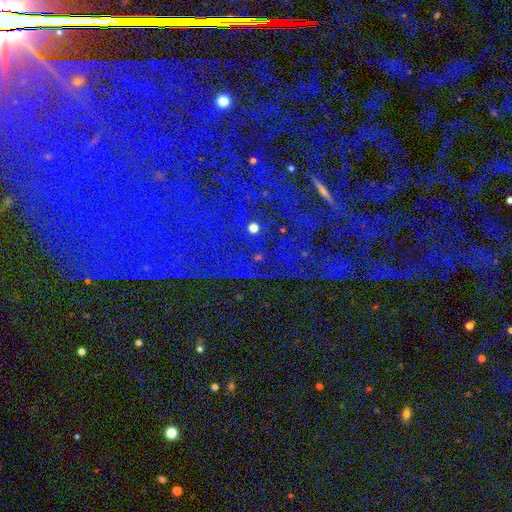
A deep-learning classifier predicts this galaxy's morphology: smooth_or_featured: star or artifact (p=0.86) [alt: featured or disk p=0.07]